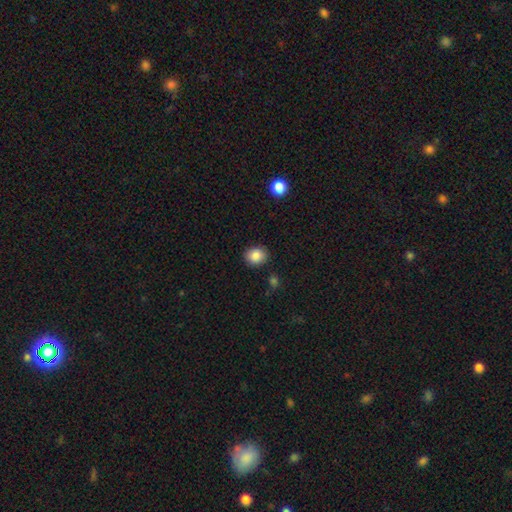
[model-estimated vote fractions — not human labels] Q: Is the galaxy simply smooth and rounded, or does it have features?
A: smooth — 87%.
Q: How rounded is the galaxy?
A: round — 63%.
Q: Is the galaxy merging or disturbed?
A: none — 86%.